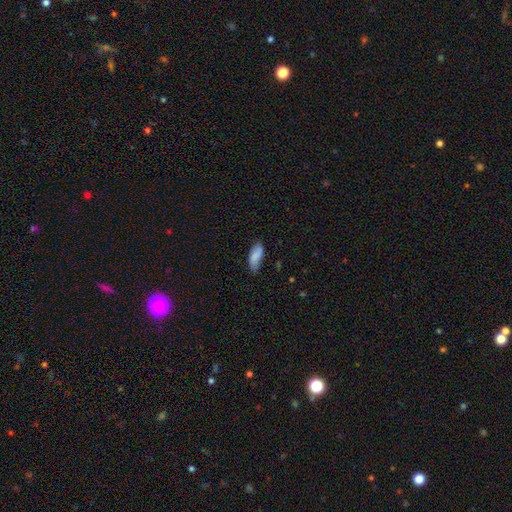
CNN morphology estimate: Overall: smooth (83%). How rounded: in between (83%). Merging: none (70%).